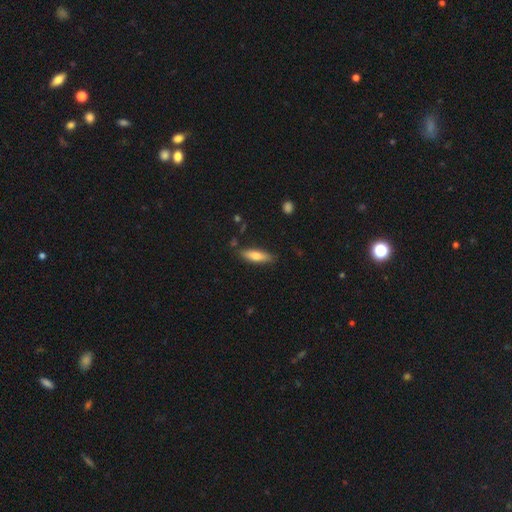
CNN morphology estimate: smooth 68%, featured or disk 26%, star or artifact 6%. Down the decision tree: how rounded — cigar-shaped (59%); merging — none (81%).